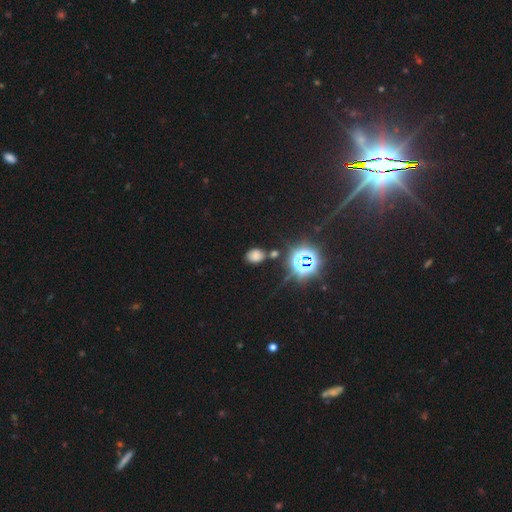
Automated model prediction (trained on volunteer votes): smooth-or-featured: smooth: 63% | star or artifact: 29% | featured or disk: 8%
  how-rounded: in between: 69% | round: 29% | cigar-shaped: 1%
  merging: none: 75% | minor disturbance: 14% | merger: 6% | major disturbance: 5%